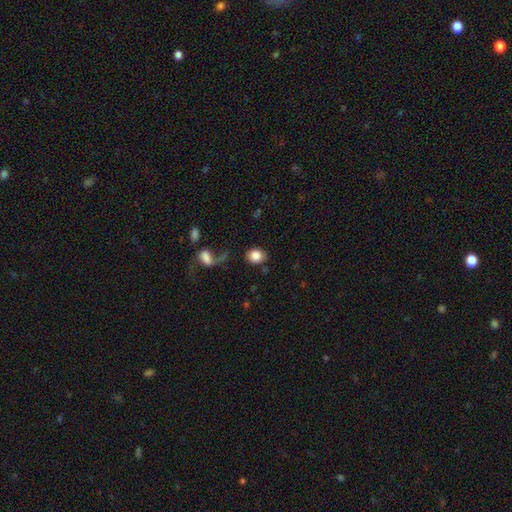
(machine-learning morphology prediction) smooth 84%, star or artifact 9%, featured or disk 7%. Down the decision tree: how rounded — round (65%); merging — none (74%).